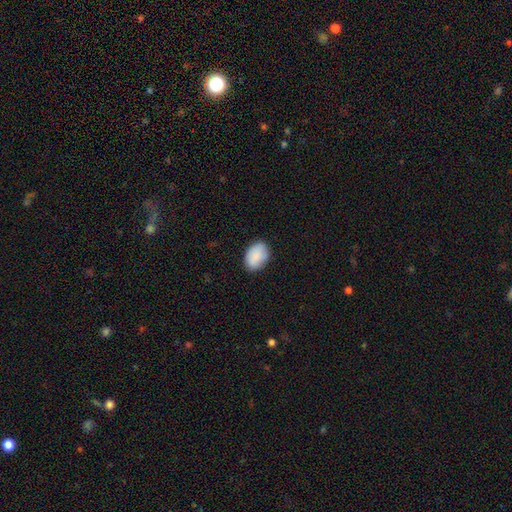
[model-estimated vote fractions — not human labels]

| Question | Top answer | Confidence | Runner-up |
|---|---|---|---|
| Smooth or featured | smooth | 89% | star or artifact (6%) |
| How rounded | in between | 84% | round (15%) |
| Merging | none | 82% | minor disturbance (14%) |